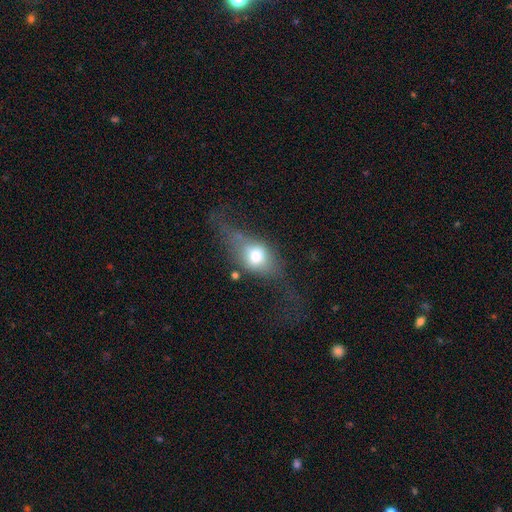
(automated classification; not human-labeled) smooth-or-featured: smooth: 58% | featured or disk: 33% | star or artifact: 9%
  how-rounded: in between: 69% | round: 22% | cigar-shaped: 8%
  merging: none: 41% | major disturbance: 30% | minor disturbance: 24% | merger: 5%